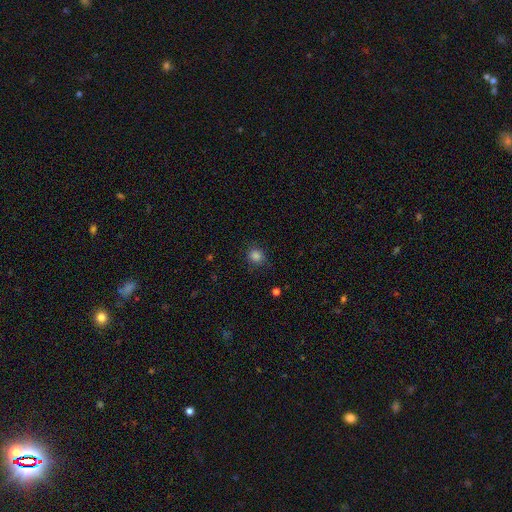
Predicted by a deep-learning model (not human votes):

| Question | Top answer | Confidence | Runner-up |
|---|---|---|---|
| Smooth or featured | smooth | 84% | star or artifact (12%) |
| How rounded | round | 83% | in between (16%) |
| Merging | none | 81% | minor disturbance (13%) |